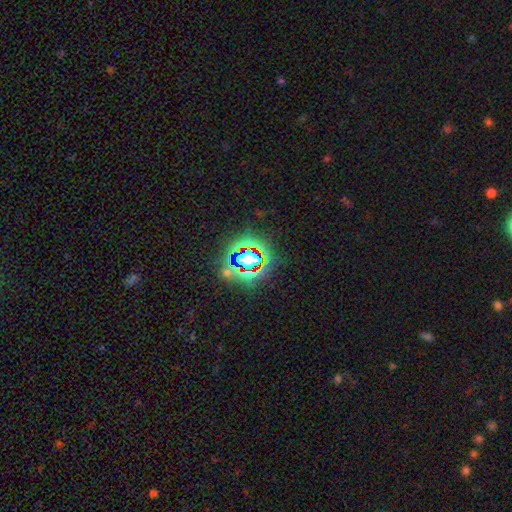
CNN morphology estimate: smooth-or-featured: star or artifact: 77% | smooth: 13% | featured or disk: 10%